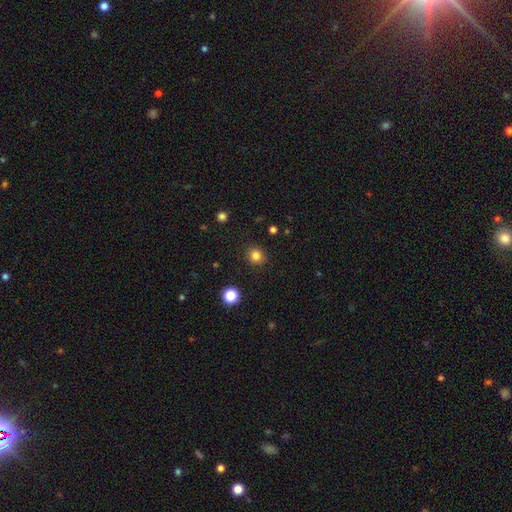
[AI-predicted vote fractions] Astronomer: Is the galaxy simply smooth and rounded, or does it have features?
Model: smooth — 83%.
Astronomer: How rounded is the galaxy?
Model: round — 88%.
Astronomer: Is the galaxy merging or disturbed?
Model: none — 90%.